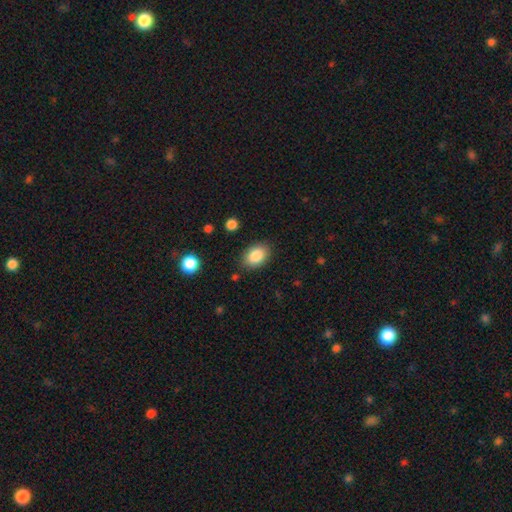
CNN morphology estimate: Smooth or featured?
  - smooth: 87% *
  - star or artifact: 8%
  - featured or disk: 6%
How rounded?
  - in between: 84% *
  - round: 15%
  - cigar-shaped: 1%
Merging?
  - none: 85% *
  - minor disturbance: 11%
  - major disturbance: 3%
  - merger: 2%